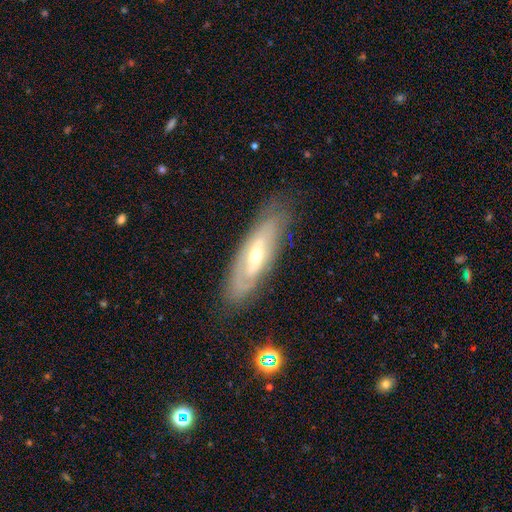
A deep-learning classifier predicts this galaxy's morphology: Overall: featured or disk (69%). Edge-on disk: no (72%). Merging: none (80%).